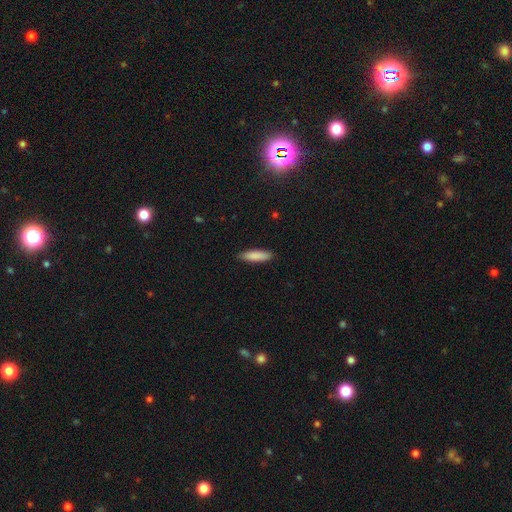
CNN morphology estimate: Smooth or featured?
  - smooth: 87% *
  - featured or disk: 8%
  - star or artifact: 6%
How rounded?
  - cigar-shaped: 66% *
  - in between: 32%
  - round: 1%
Merging?
  - none: 88% *
  - minor disturbance: 10%
  - major disturbance: 2%
  - merger: 1%